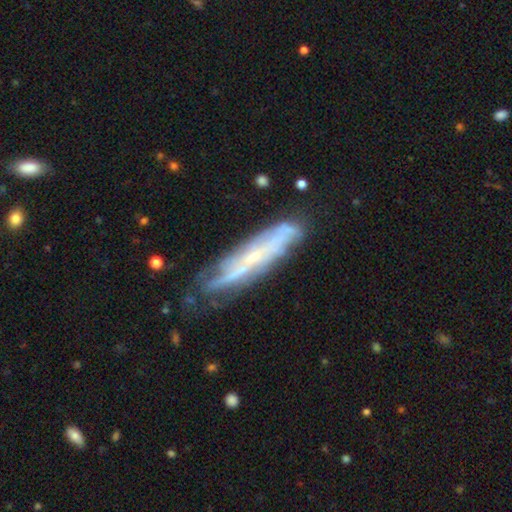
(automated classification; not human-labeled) This appears to be a featured or disk galaxy (72%) viewed edge-on (55%). Merging: none (68%).